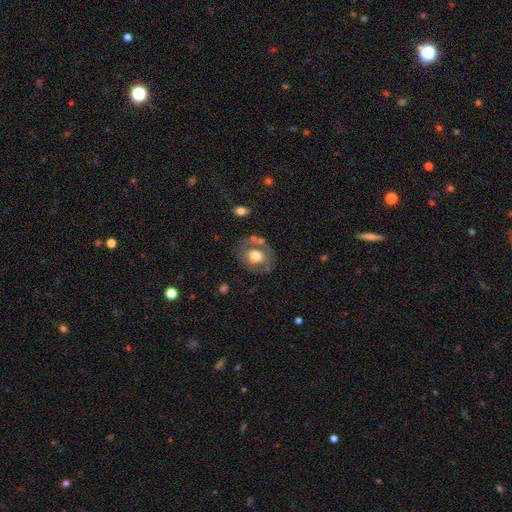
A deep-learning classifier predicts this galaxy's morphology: smooth_or_featured: smooth (p=0.51) [alt: featured or disk p=0.41]
how_rounded: round (p=0.53) [alt: in between p=0.46]
merging: none (p=0.60) [alt: minor disturbance p=0.19]